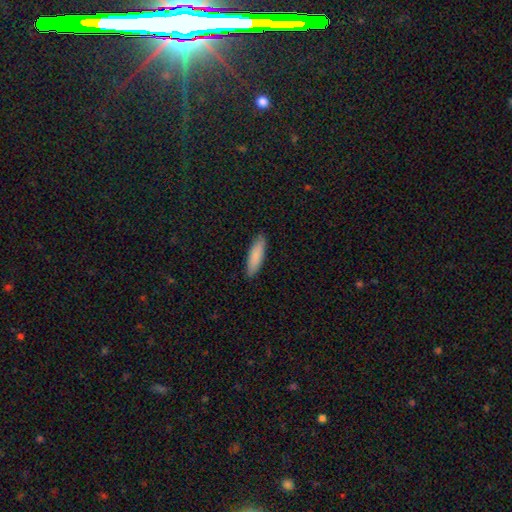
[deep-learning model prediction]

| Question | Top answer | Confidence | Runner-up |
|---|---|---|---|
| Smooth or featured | smooth | 87% | featured or disk (7%) |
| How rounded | cigar-shaped | 61% | in between (37%) |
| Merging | none | 88% | minor disturbance (9%) |